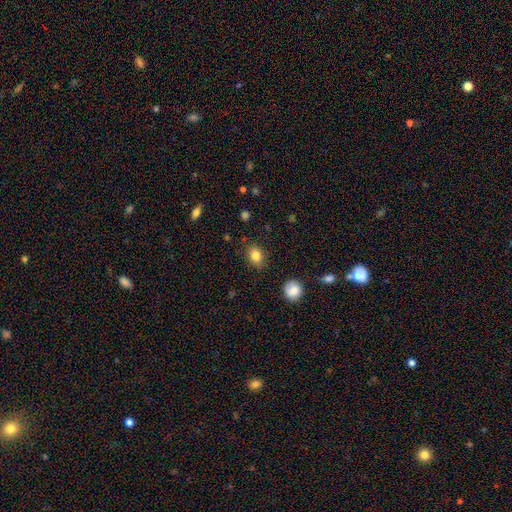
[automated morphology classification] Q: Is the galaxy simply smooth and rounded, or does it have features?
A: smooth — 83%.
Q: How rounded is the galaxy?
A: in between — 67%.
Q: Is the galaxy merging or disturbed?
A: none — 85%.